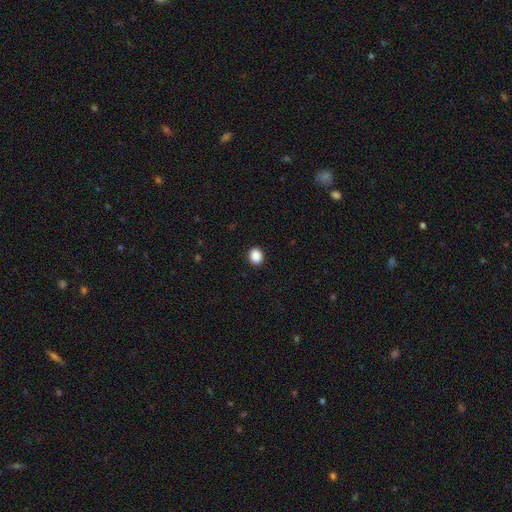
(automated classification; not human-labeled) Q: Smooth or featured?
A: smooth (89%); runner-up: star or artifact (9%)
Q: How rounded?
A: round (73%); runner-up: in between (26%)
Q: Merging?
A: none (92%); runner-up: minor disturbance (5%)